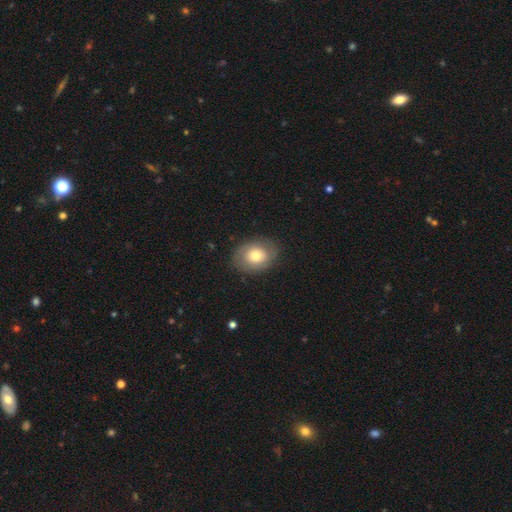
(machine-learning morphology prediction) Overall: smooth (63%; featured or disk 29%). How rounded: in between (56%; round 43%). Merging: none (80%).